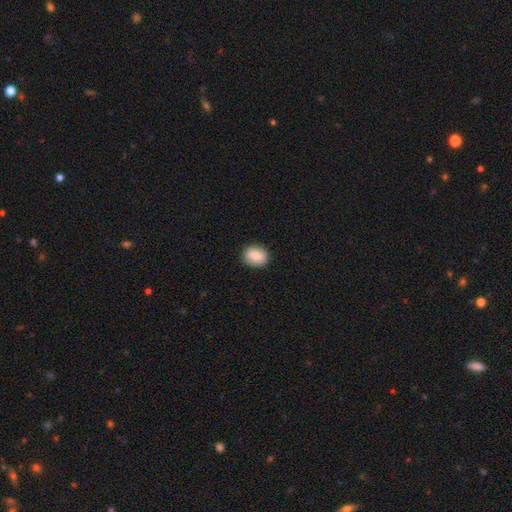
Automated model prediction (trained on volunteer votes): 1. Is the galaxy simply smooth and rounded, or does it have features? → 77% smooth, 15% featured or disk, 8% star or artifact.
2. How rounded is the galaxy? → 55% round, 44% in between, 1% cigar-shaped.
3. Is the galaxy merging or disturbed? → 87% none, 10% minor disturbance, 2% major disturbance, 1% merger.